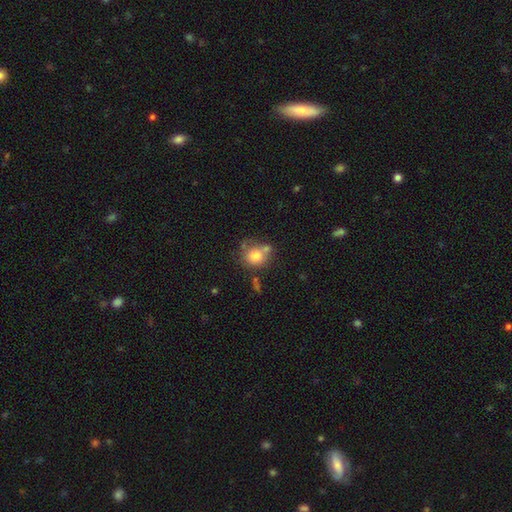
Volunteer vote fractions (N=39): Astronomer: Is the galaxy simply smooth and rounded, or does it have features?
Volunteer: smooth — 74%.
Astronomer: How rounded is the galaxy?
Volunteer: round — 76%.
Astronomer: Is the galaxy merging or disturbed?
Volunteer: none — 56%.